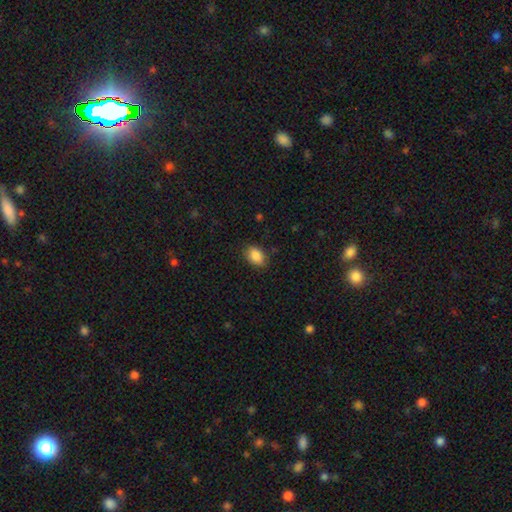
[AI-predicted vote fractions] Smooth or featured? Predicted: smooth (p=0.88). How rounded? Predicted: in between (p=0.85). Merging? Predicted: none (p=0.85).